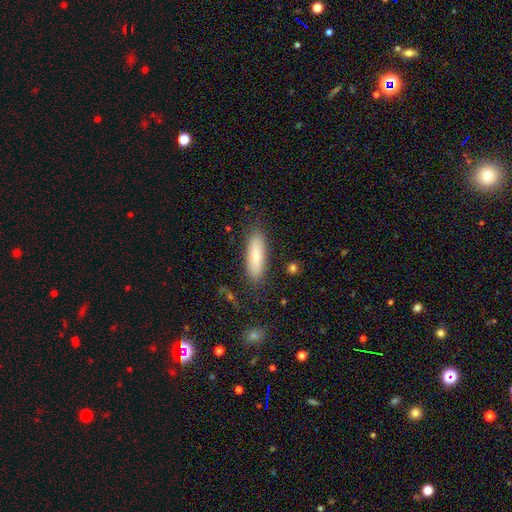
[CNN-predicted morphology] This is likely a smooth galaxy (80%). How rounded: possibly cigar-shaped (57%). Merging: clearly none (85%).